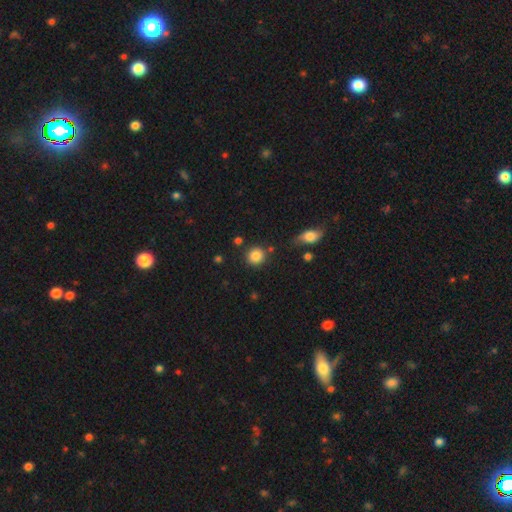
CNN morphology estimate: Smooth or featured: smooth — 85% (star or artifact — 10%)
How rounded: round — 91% (in between — 8%)
Merging: none — 83% (minor disturbance — 8%)